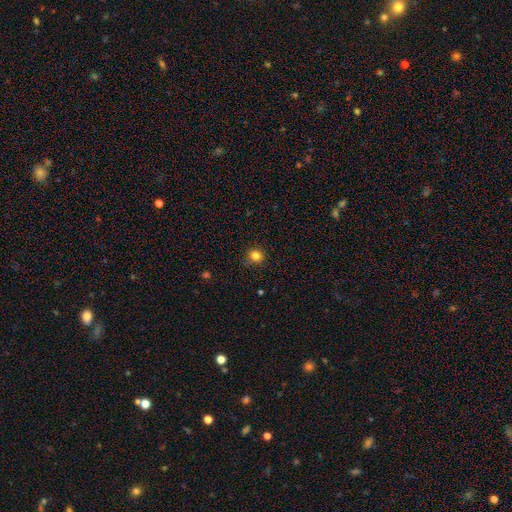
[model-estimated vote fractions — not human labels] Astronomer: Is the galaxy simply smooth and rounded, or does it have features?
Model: smooth — 82%.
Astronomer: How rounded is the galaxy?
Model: round — 85%.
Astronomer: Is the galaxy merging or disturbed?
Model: none — 82%.